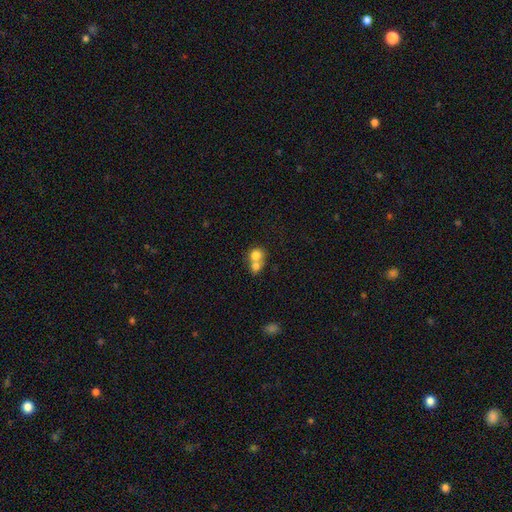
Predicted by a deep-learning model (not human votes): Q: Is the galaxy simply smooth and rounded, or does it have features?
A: smooth — 76%.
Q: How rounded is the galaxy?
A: round — 75%.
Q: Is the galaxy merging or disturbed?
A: merger — 67%.